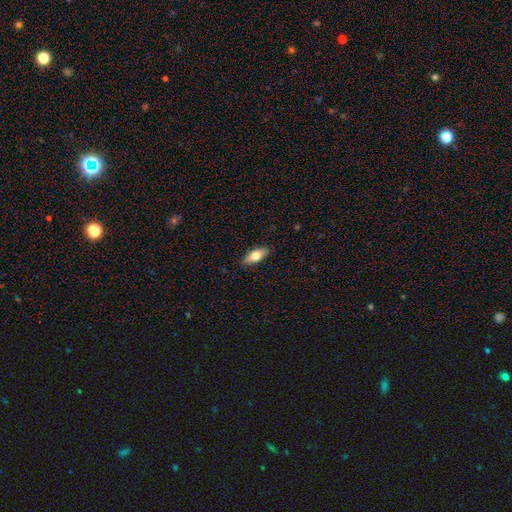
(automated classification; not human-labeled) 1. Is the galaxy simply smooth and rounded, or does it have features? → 69% smooth, 25% featured or disk, 6% star or artifact.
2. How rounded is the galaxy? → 77% in between, 20% cigar-shaped, 3% round.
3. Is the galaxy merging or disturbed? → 88% none, 9% minor disturbance, 2% major disturbance, 1% merger.